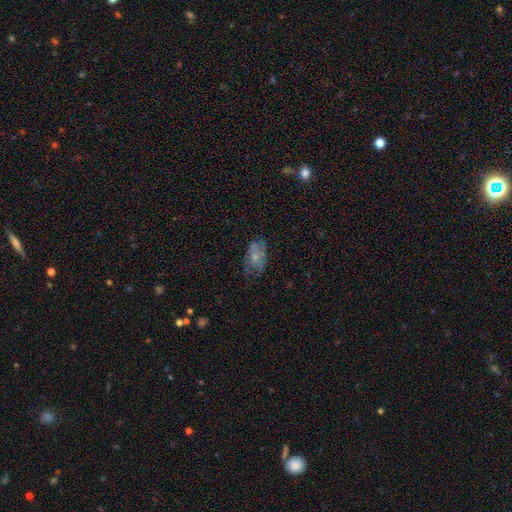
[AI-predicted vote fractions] This appears to be a smooth galaxy with no disk features (51%) that is in between round and cigar-shaped (88%). Merging: none (58%).